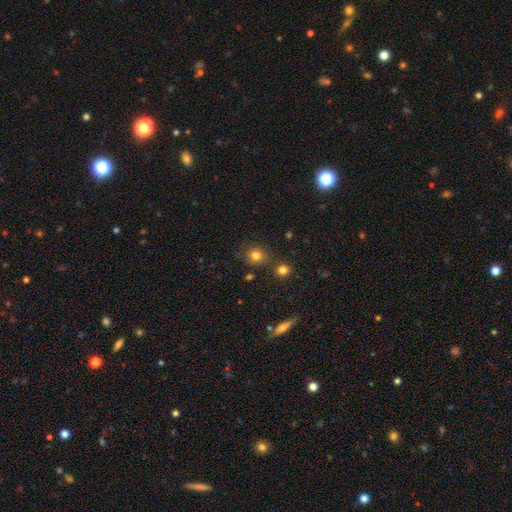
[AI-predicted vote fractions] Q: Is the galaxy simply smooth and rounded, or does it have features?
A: smooth — 80%.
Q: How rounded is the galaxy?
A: round — 82%.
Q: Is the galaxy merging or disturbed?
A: none — 77%.